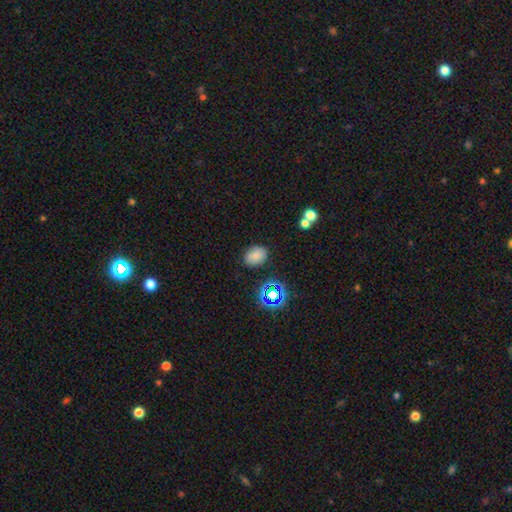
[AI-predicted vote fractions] Morphology: type=smooth (75%); roundness=in between (66%); merging=none (80%).